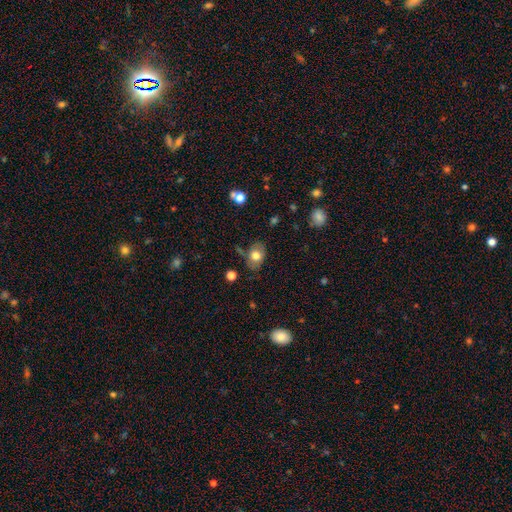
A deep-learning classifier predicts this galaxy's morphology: A smooth galaxy with no disk features (72%) that is in between round and cigar-shaped (75%). Merging: none (70%).